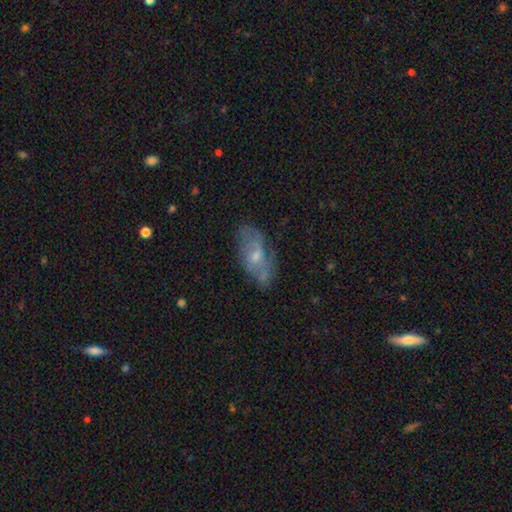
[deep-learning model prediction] Overall: featured or disk (55%; smooth 37%). Edge-on disk: no (90%). Merging: none (58%; minor disturbance 26%).